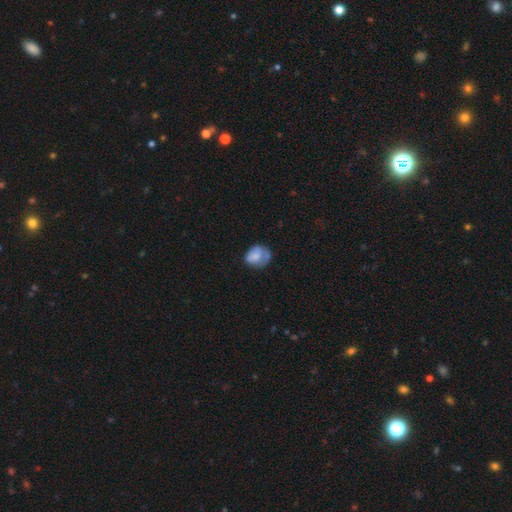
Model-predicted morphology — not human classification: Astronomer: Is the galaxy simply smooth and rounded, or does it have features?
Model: smooth — 67%.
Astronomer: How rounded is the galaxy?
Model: round — 56% (runner-up: in between, 43%).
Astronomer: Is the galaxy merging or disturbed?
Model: none — 44% (runner-up: minor disturbance, 31%).